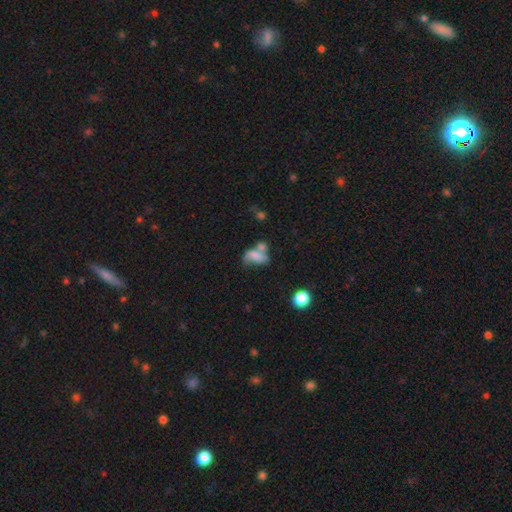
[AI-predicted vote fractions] The model was most divided on "merging": merger: 44%, none: 22%, major disturbance: 19%, minor disturbance: 15%. More confident: how rounded — in between (83%); smooth or featured — smooth (61%).